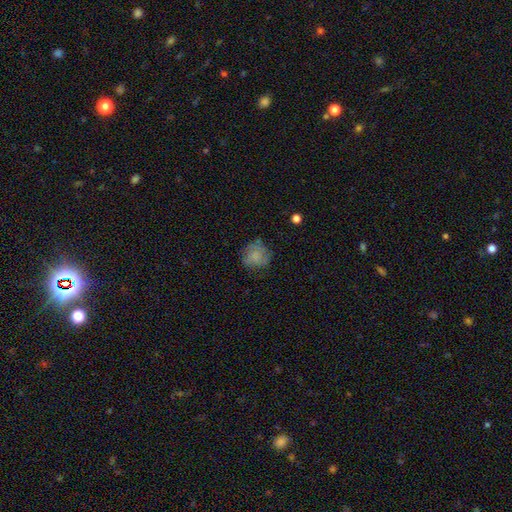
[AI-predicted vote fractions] A smooth galaxy with no disk features (72%) that is round (84%).

Vote fractions:
- Smooth or featured? smooth: 72% / featured or disk: 18% / star or artifact: 10%
- How rounded? round: 84% / in between: 15% / cigar-shaped: 1%
- Merging? none: 68% / minor disturbance: 22% / major disturbance: 9% / merger: 2%